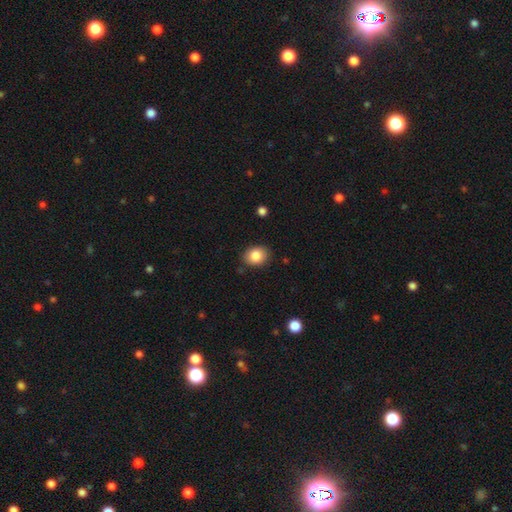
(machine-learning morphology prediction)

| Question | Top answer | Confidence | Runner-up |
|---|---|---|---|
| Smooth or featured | smooth | 86% | star or artifact (8%) |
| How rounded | in between | 51% | round (48%) |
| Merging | none | 85% | minor disturbance (11%) |